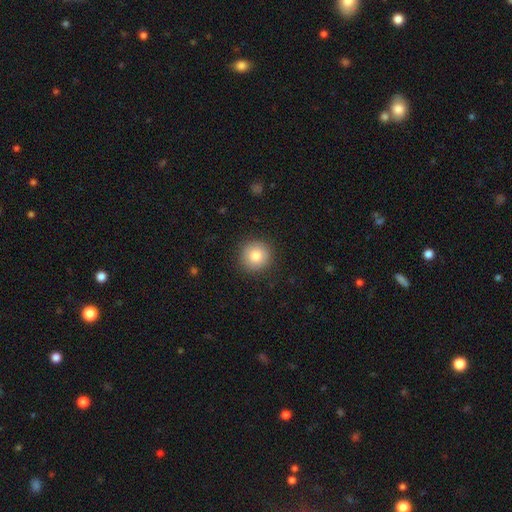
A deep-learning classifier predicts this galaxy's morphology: smooth-or-featured: smooth: 81% | star or artifact: 9% | featured or disk: 9%
  how-rounded: round: 94% | in between: 5% | cigar-shaped: 1%
  merging: none: 90% | minor disturbance: 7% | major disturbance: 2% | merger: 1%